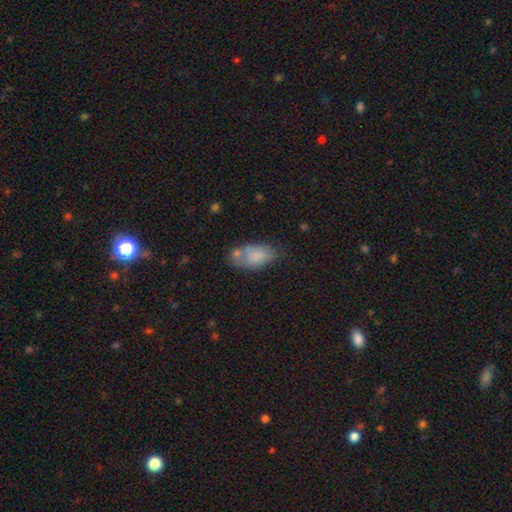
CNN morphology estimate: A smooth galaxy with no disk features (72%) that is in between round and cigar-shaped (92%). Merging: none (43%).